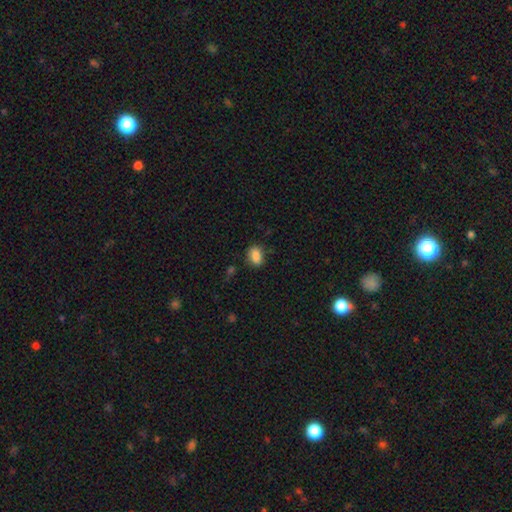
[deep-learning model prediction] This appears to be a smooth galaxy with no disk features (87%) that is in between round and cigar-shaped (81%). Merging: none (79%).